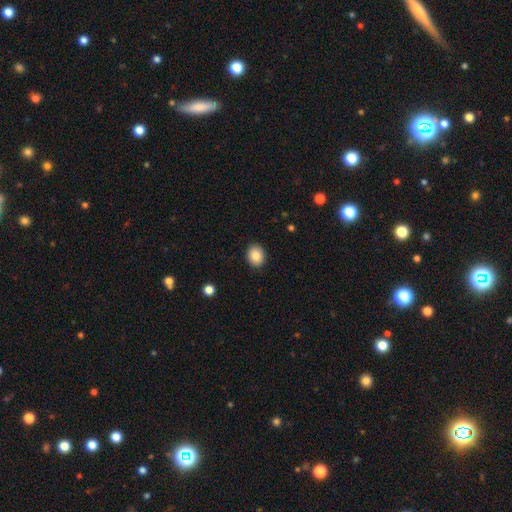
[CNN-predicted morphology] type=smooth (86%); roundness=round (53%); merging=none (89%).